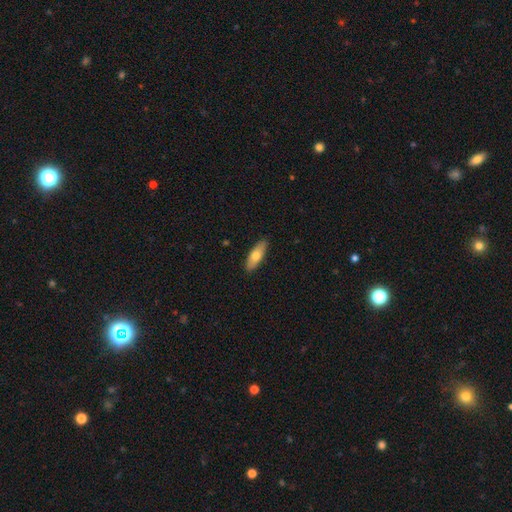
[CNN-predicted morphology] Smooth or featured?
  - smooth: 69% *
  - featured or disk: 25%
  - star or artifact: 6%
How rounded?
  - in between: 62% *
  - cigar-shaped: 36%
  - round: 2%
Merging?
  - none: 89% *
  - minor disturbance: 8%
  - major disturbance: 2%
  - merger: 1%